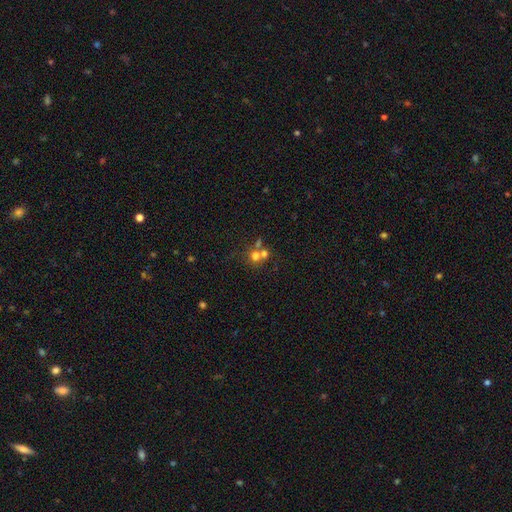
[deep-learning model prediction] Overall: smooth (64%). How rounded: round (83%). Merging: merger (47%; none 41%).